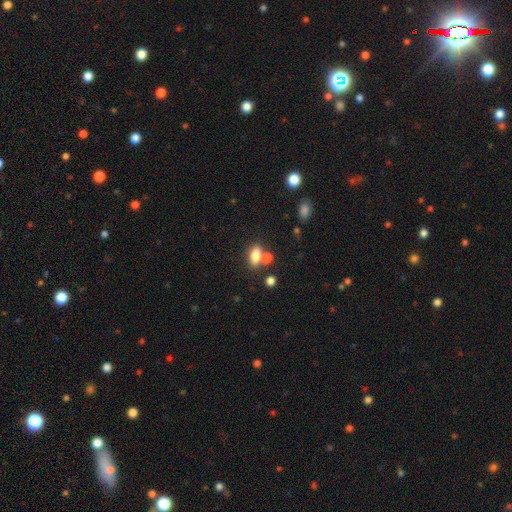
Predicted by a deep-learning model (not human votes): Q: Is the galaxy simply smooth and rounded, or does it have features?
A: smooth — 77%.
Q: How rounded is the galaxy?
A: in between — 81%.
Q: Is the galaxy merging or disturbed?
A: none — 54%.